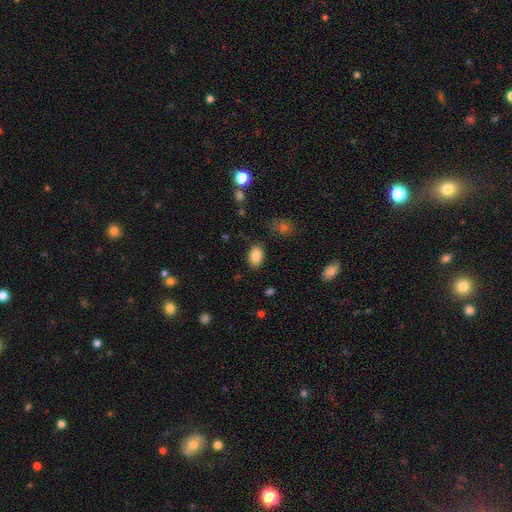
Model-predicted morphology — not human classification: Q: Smooth or featured?
A: smooth (85%); runner-up: star or artifact (8%)
Q: How rounded?
A: in between (87%); runner-up: round (11%)
Q: Merging?
A: none (85%); runner-up: minor disturbance (11%)